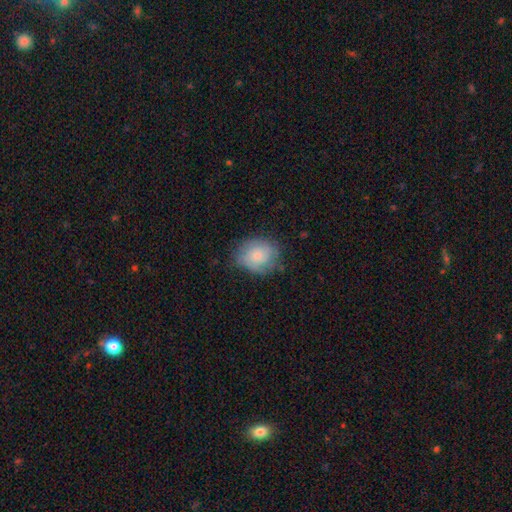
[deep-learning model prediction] smooth_or_featured: smooth (p=0.63) [alt: featured or disk p=0.29]
how_rounded: round (p=0.59) [alt: in between p=0.40]
merging: none (p=0.68) [alt: minor disturbance p=0.24]